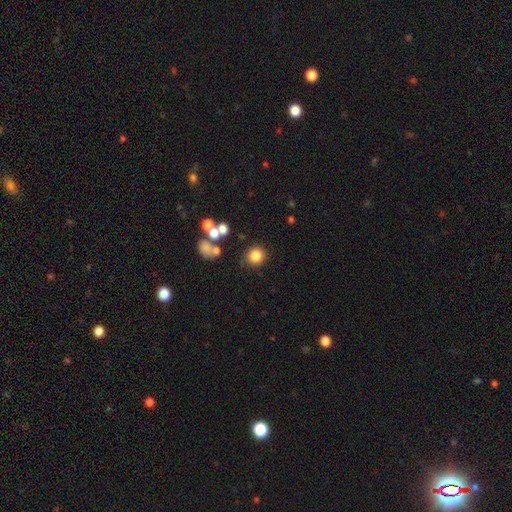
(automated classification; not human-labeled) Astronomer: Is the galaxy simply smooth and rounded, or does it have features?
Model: smooth — 79%.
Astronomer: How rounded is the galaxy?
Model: round — 88%.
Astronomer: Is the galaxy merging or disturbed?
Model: none — 76%.